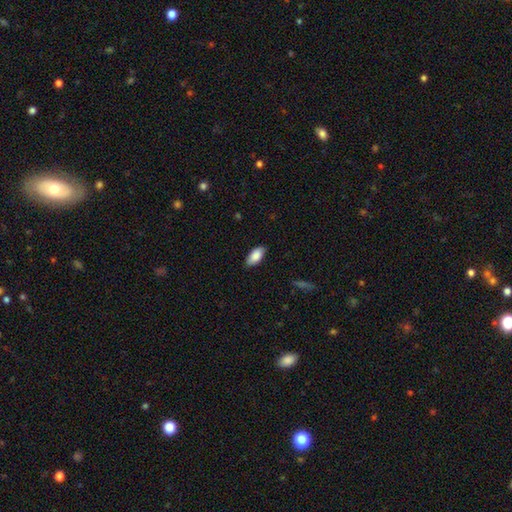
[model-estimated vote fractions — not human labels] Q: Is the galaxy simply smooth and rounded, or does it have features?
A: smooth — 87%.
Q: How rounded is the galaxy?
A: in between — 93%.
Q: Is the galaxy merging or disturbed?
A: none — 86%.